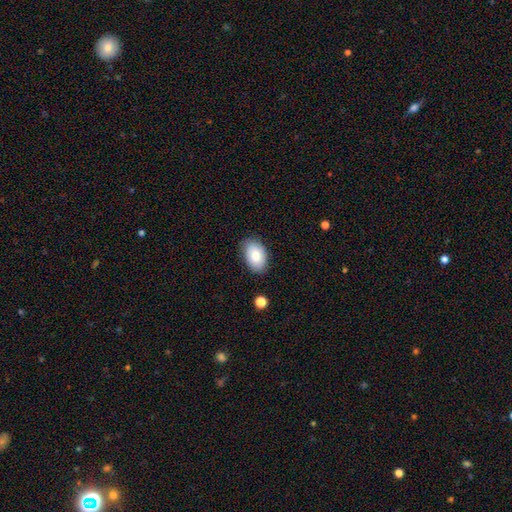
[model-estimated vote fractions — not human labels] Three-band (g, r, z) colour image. It shows a smooth galaxy with no disk features (78%) that is in between round and cigar-shaped (90%). Merging: none (83%).